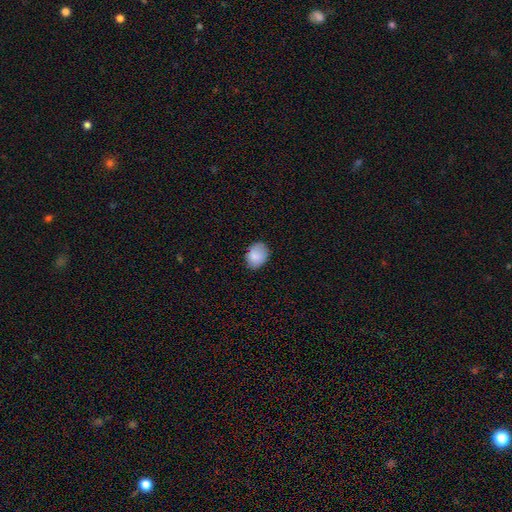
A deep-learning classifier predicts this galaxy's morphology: Smooth or featured?
  - smooth: 86% *
  - star or artifact: 8%
  - featured or disk: 6%
How rounded?
  - in between: 63% *
  - round: 36%
  - cigar-shaped: 1%
Merging?
  - none: 78% *
  - minor disturbance: 17%
  - major disturbance: 3%
  - merger: 1%